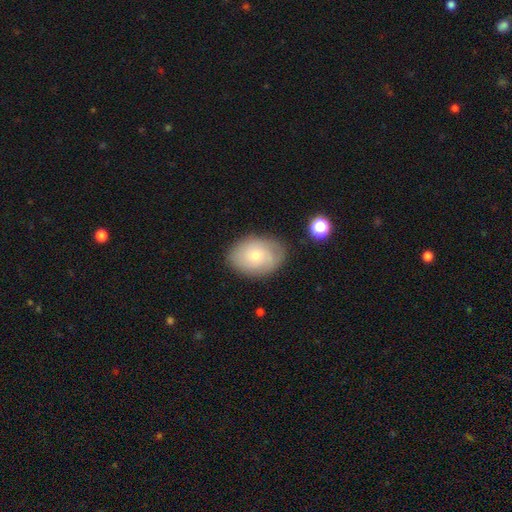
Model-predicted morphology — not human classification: smooth-or-featured: smooth: 51% | featured or disk: 40% | star or artifact: 8%
  how-rounded: in between: 71% | round: 28% | cigar-shaped: 1%
  merging: none: 79% | minor disturbance: 15% | major disturbance: 4% | merger: 2%